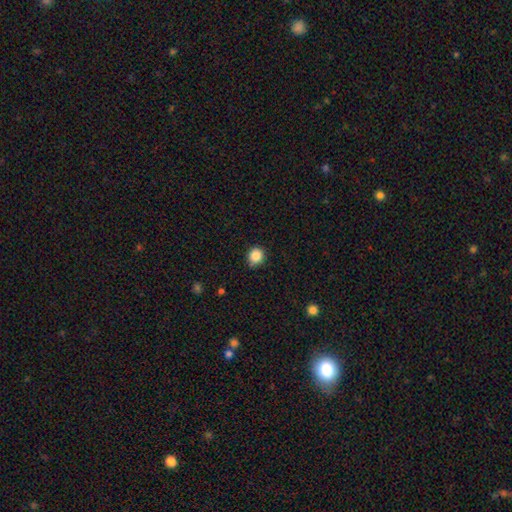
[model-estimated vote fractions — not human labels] Smooth or featured: smooth — 86% (star or artifact — 11%)
How rounded: round — 88% (in between — 11%)
Merging: none — 82% (minor disturbance — 14%)